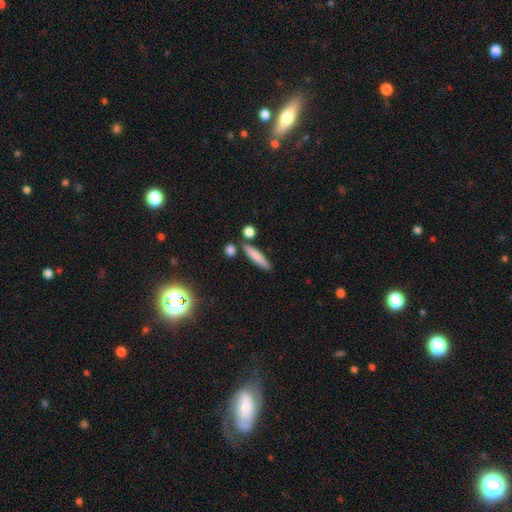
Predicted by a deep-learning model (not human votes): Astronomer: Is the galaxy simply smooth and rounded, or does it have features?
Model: smooth — 77%.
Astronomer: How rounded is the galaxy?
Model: cigar-shaped — 81%.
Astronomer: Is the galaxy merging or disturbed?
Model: none — 76%.